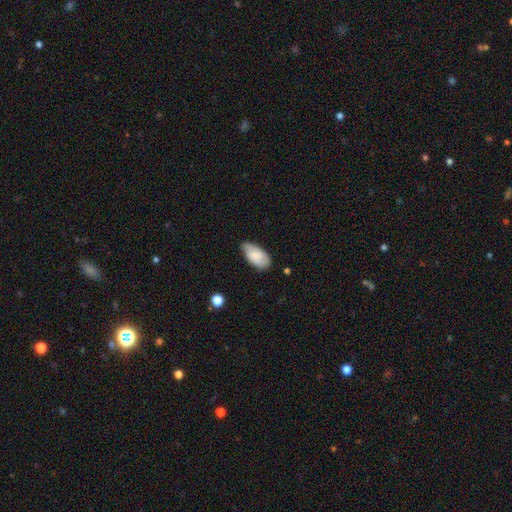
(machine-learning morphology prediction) This appears to be a smooth galaxy with no disk features (78%) that is in between round and cigar-shaped (94%). Merging: none (64%).